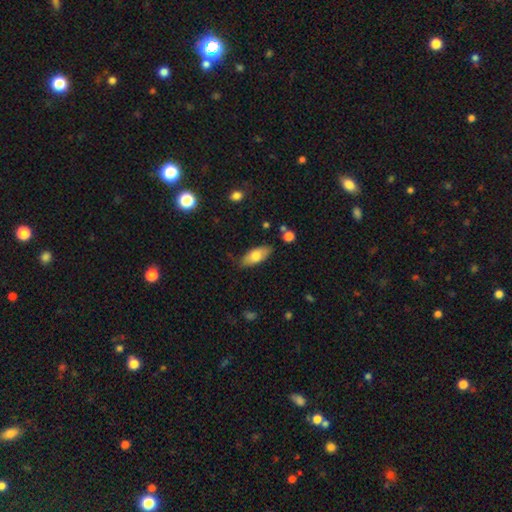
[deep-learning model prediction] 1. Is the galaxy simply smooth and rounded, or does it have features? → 72% smooth, 21% featured or disk, 6% star or artifact.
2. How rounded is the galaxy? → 82% in between, 15% cigar-shaped, 2% round.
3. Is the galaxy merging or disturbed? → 80% none, 15% minor disturbance, 3% major disturbance, 2% merger.